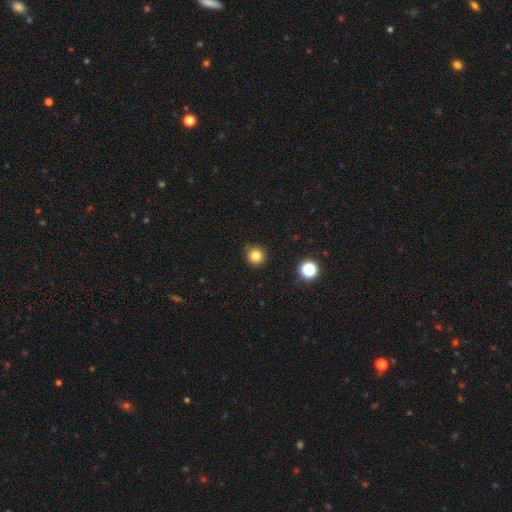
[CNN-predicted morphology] type=smooth (82%); roundness=round (95%); merging=none (88%).